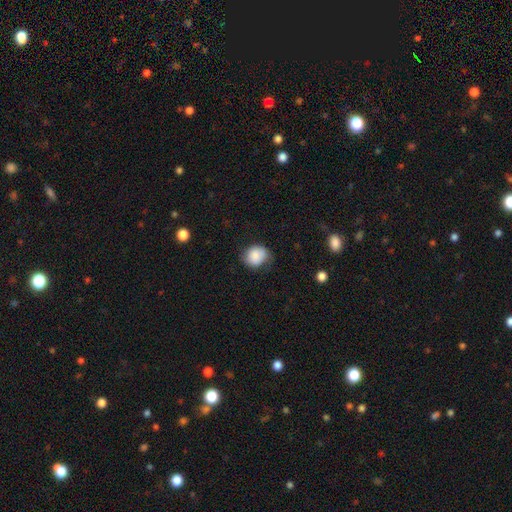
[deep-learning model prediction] A smooth galaxy with no disk features (86%) that is round (68%).

Vote fractions:
- Smooth or featured? smooth: 86% / star or artifact: 8% / featured or disk: 7%
- How rounded? round: 68% / in between: 31% / cigar-shaped: 1%
- Merging? none: 69% / minor disturbance: 24% / major disturbance: 6% / merger: 2%